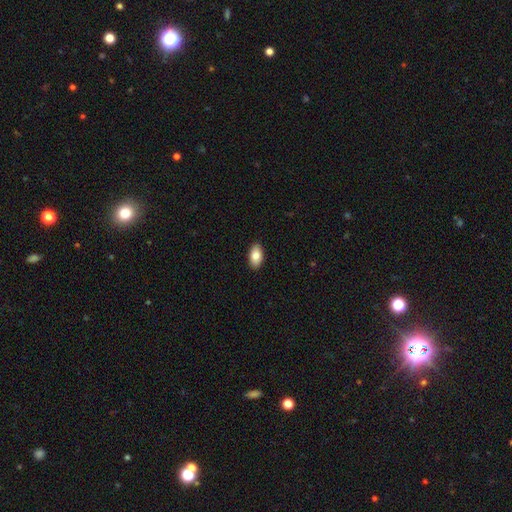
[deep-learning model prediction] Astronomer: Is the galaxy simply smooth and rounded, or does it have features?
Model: smooth — 84%.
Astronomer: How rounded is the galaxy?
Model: in between — 94%.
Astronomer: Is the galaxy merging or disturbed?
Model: none — 90%.